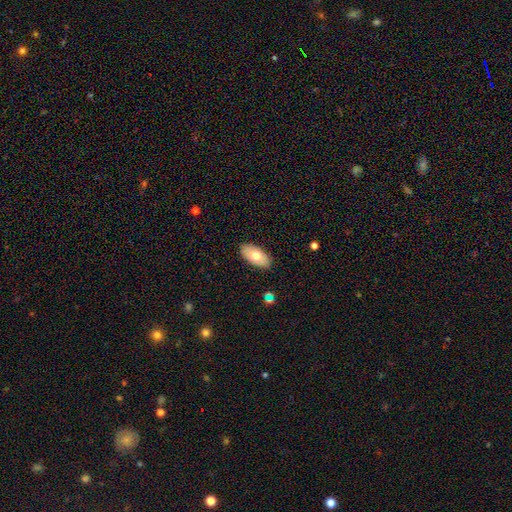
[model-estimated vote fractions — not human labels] smooth 70%, featured or disk 24%, star or artifact 6%. Down the decision tree: how rounded — in between (94%); merging — none (88%).